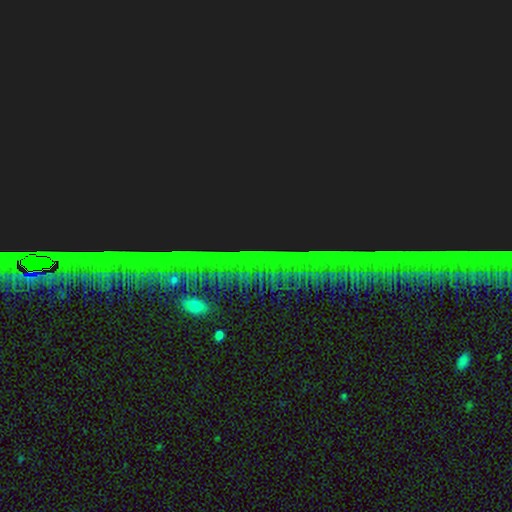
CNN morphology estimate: This appears to be a star or artifact, not a galaxy (82%).